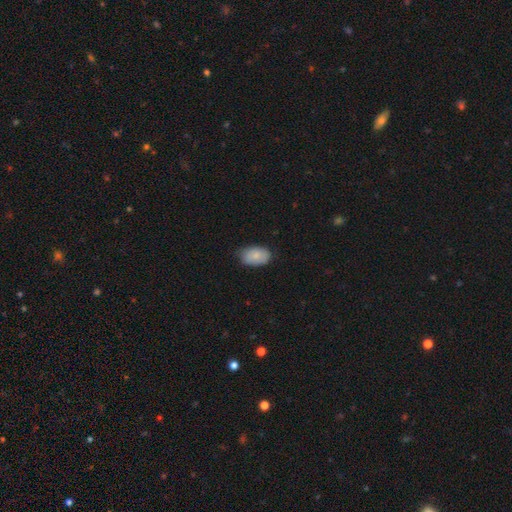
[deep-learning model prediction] smooth-or-featured: smooth: 82% | featured or disk: 12% | star or artifact: 6%
  how-rounded: in between: 91% | round: 7% | cigar-shaped: 1%
  merging: none: 67% | minor disturbance: 28% | major disturbance: 4% | merger: 1%